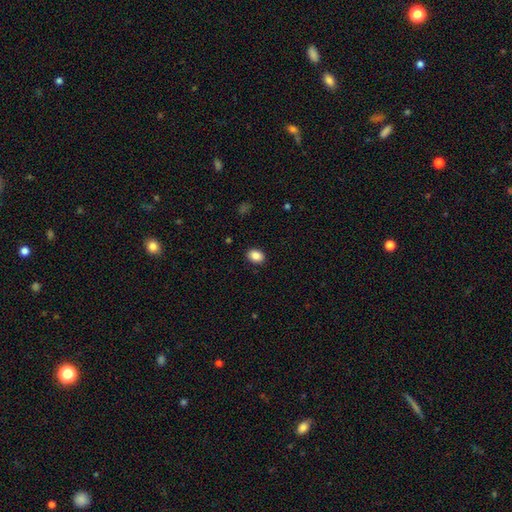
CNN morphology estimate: smooth-or-featured: smooth: 88% | star or artifact: 8% | featured or disk: 4%
  how-rounded: in between: 69% | round: 30% | cigar-shaped: 1%
  merging: none: 90% | minor disturbance: 7% | major disturbance: 2% | merger: 1%